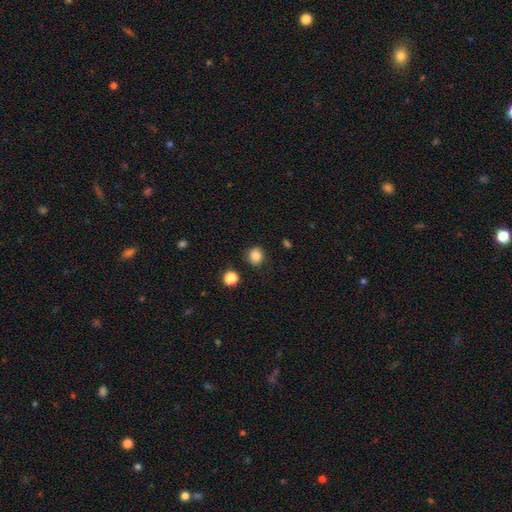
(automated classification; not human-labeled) Smooth or featured? Predicted: smooth (p=0.85). How rounded? Predicted: round (p=0.82). Merging? Predicted: none (p=0.82).